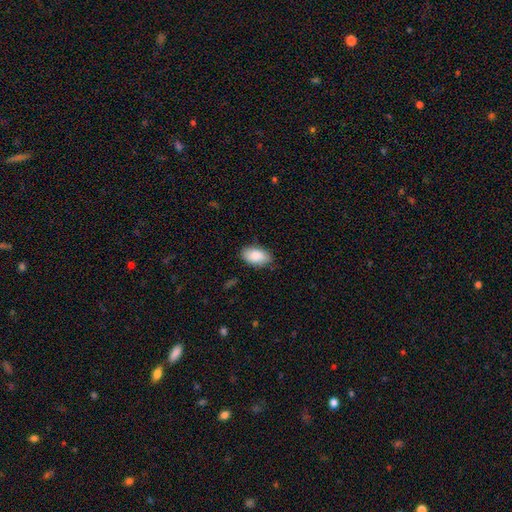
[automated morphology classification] A smooth galaxy with no disk features (86%) that is in between round and cigar-shaped (94%). Merging: none (82%).